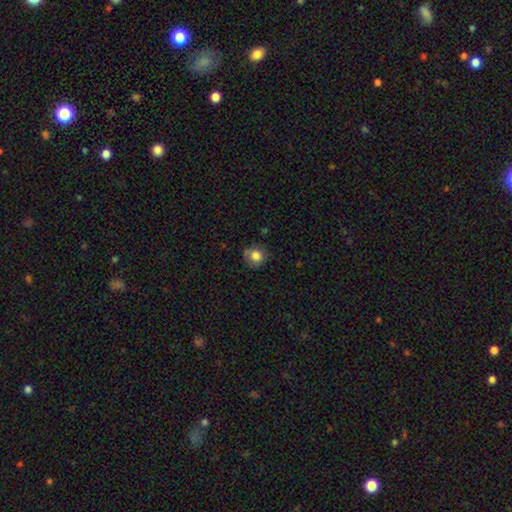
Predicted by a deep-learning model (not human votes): smooth_or_featured: smooth (p=0.81) [alt: star or artifact p=0.09]
how_rounded: round (p=0.84) [alt: in between p=0.15]
merging: none (p=0.72) [alt: minor disturbance p=0.21]